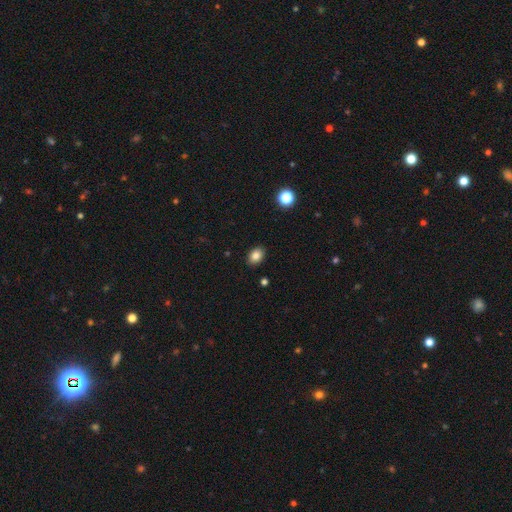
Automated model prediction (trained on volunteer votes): The model was most divided on "how rounded": in between: 73%, round: 26%, cigar-shaped: 1%. More confident: merging — none (89%); smooth or featured — smooth (84%).